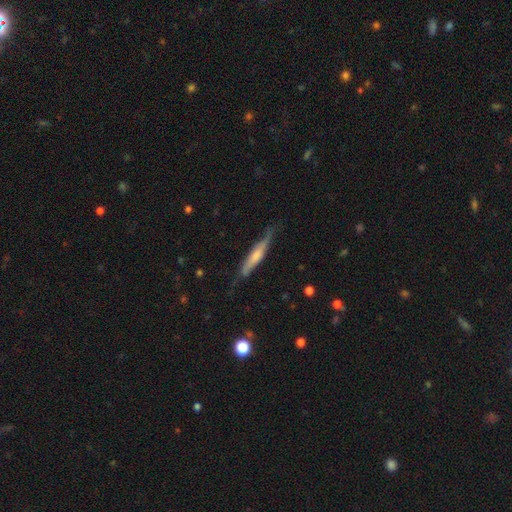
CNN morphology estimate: This appears to be a featured or disk galaxy (49%). Merging: none (66%).